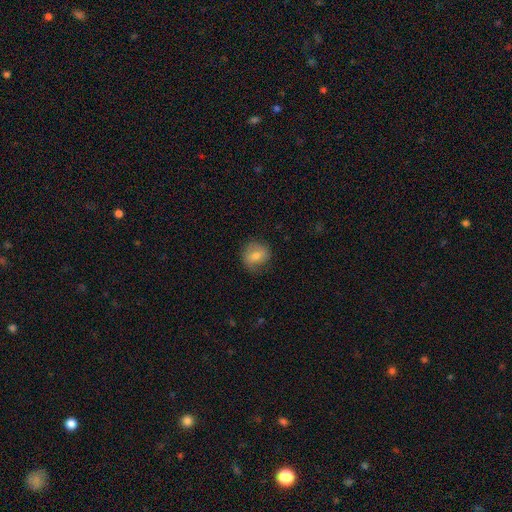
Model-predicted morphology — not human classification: Smooth or featured?
  - smooth: 69% *
  - featured or disk: 21%
  - star or artifact: 10%
How rounded?
  - round: 78% *
  - in between: 21%
  - cigar-shaped: 1%
Merging?
  - none: 77% *
  - minor disturbance: 17%
  - major disturbance: 5%
  - merger: 1%